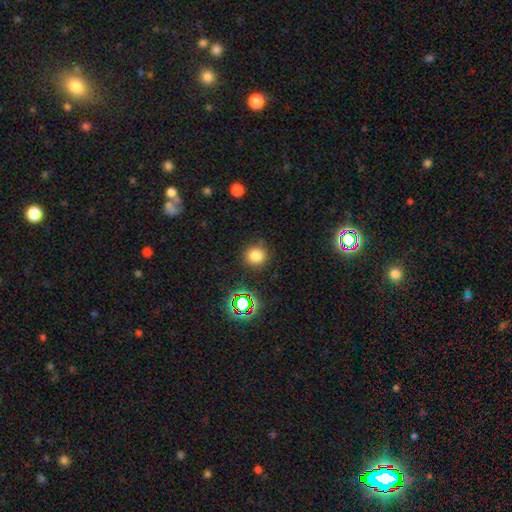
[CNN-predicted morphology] A smooth galaxy with no disk features (77%) that is round (91%).

Vote fractions:
- Smooth or featured? smooth: 77% / star or artifact: 17% / featured or disk: 6%
- How rounded? round: 91% / in between: 8% / cigar-shaped: 1%
- Merging? none: 84% / minor disturbance: 10% / major disturbance: 3% / merger: 2%